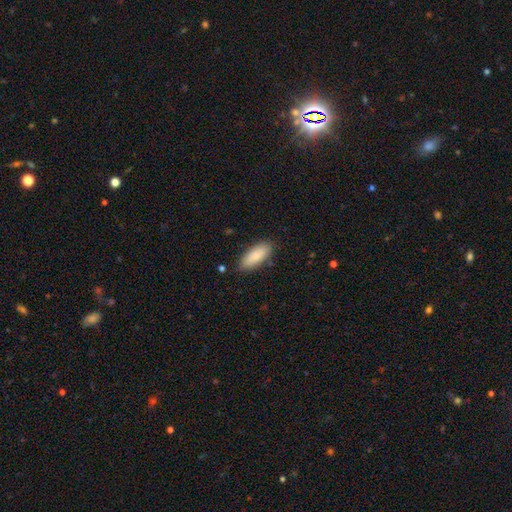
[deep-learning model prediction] The model was most divided on "how rounded": in between: 79%, cigar-shaped: 19%, round: 2%. More confident: smooth or featured — smooth (86%); merging — none (82%).